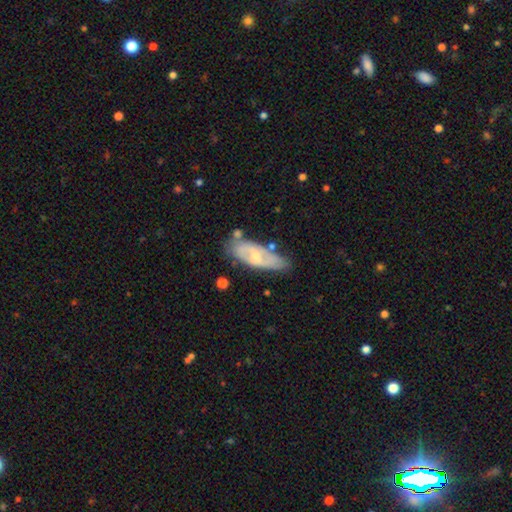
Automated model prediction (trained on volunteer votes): Smooth or featured?
  - featured or disk: 58% *
  - smooth: 36%
  - star or artifact: 6%
Edge-on disk?
  - no: 84% *
  - yes: 16%
Merging?
  - none: 62% *
  - minor disturbance: 24%
  - major disturbance: 7%
  - merger: 7%